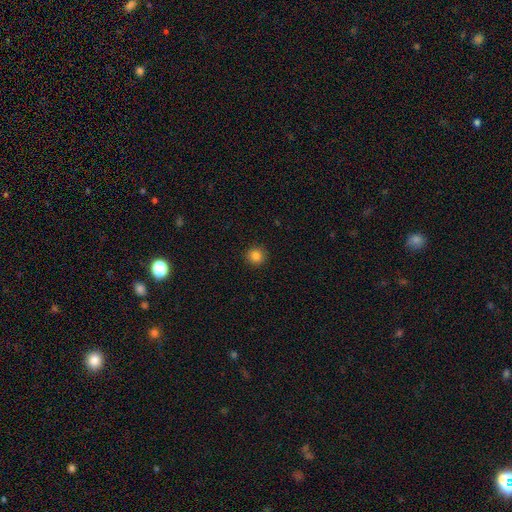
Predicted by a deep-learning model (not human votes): smooth 84%, star or artifact 12%, featured or disk 4%. Down the decision tree: how rounded — round (94%); merging — none (92%).